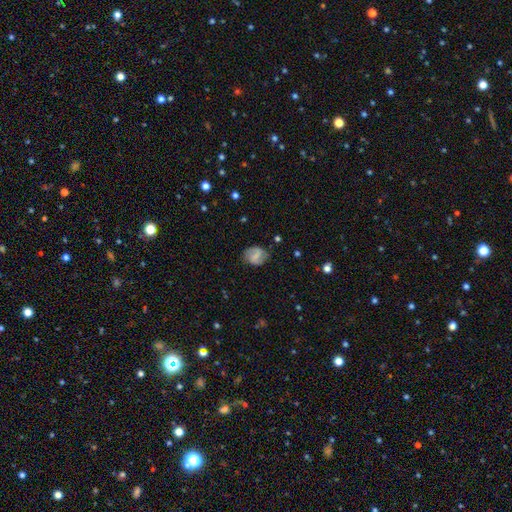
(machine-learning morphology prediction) Q: Smooth or featured?
A: featured or disk (51%); runner-up: smooth (41%)
Q: Edge-on disk?
A: no (97%); runner-up: yes (3%)
Q: Merging?
A: none (73%); runner-up: minor disturbance (19%)